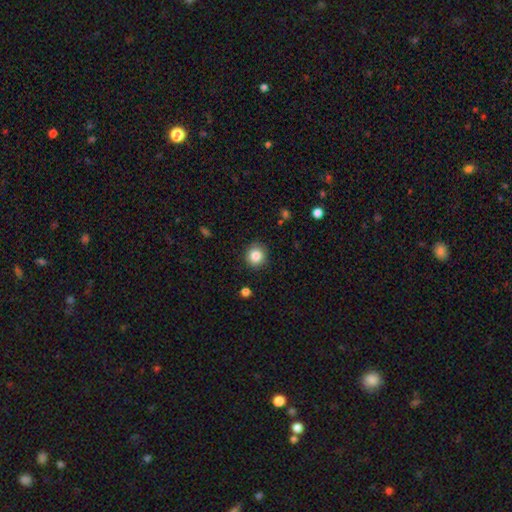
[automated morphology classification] This is clearly a smooth galaxy (84%). How rounded: clearly round (90%). Merging: clearly none (89%).